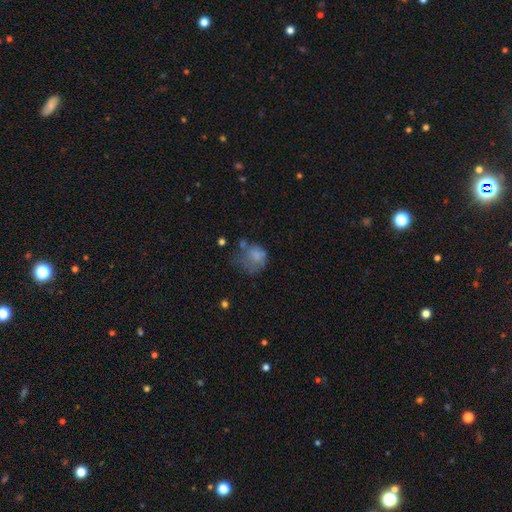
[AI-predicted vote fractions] Smooth or featured? smooth (65%)
How rounded? round (62%)
Merging? major disturbance (37%)